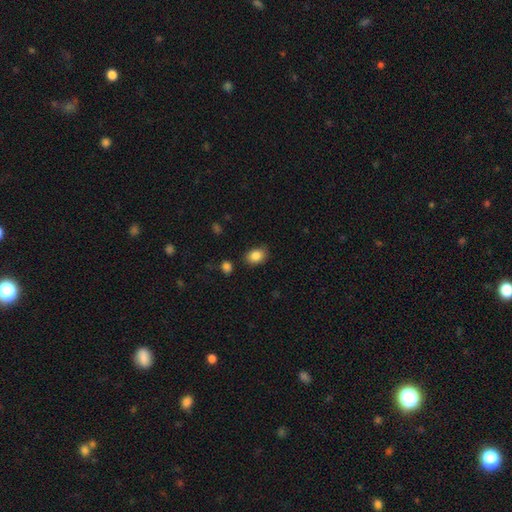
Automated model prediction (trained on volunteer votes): The model was most divided on "how rounded": in between: 72%, round: 27%, cigar-shaped: 1%. More confident: smooth or featured — smooth (86%); merging — none (80%).